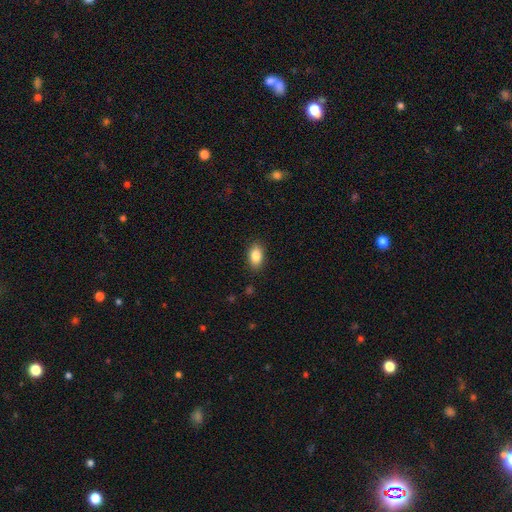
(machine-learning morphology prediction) Smooth or featured? Predicted: smooth (p=0.86). How rounded? Predicted: in between (p=0.89). Merging? Predicted: none (p=0.87).